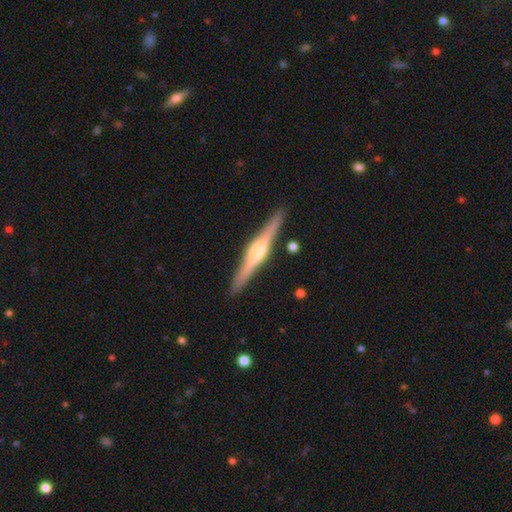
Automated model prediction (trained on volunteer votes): This appears to be a featured or disk galaxy (82%) viewed edge-on (98%) with a rounded central bulge (78%). Merging: none (91%).